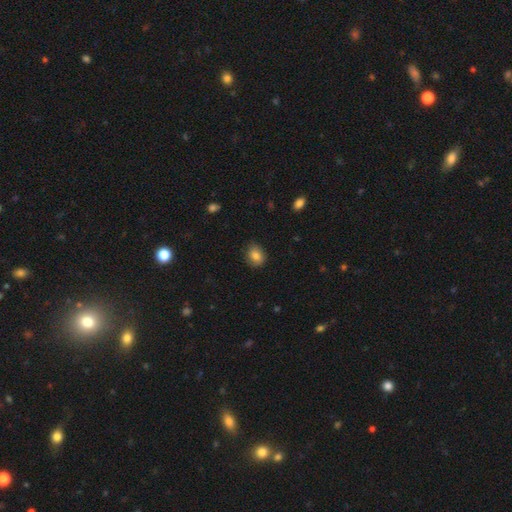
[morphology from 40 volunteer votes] A smooth galaxy with no disk features (75%) that is round (67%). Merging: none (80%).